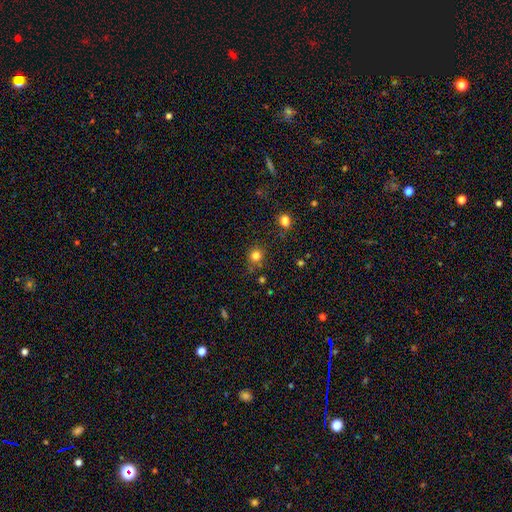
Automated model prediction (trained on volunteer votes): smooth 80%, star or artifact 15%, featured or disk 6%. Down the decision tree: how rounded — round (86%); merging — none (77%).